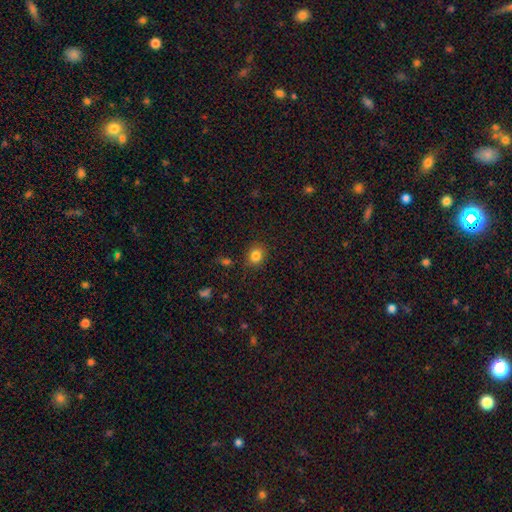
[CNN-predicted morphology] This is clearly a smooth galaxy (83%). How rounded: likely round (70%). Merging: clearly none (87%).